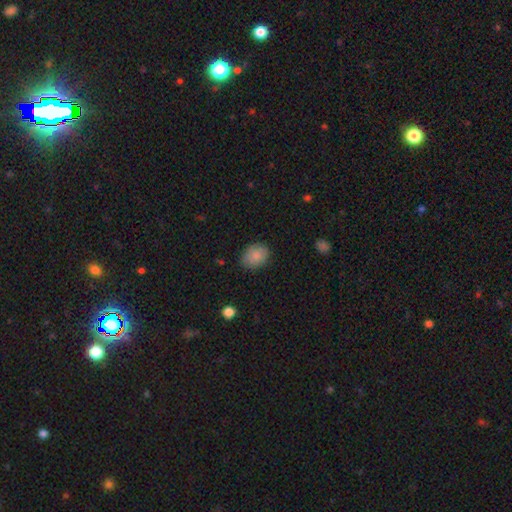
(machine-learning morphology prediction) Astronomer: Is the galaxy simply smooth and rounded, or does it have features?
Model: smooth — 85%.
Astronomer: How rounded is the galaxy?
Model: in between — 64%.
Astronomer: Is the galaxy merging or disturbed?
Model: none — 79%.